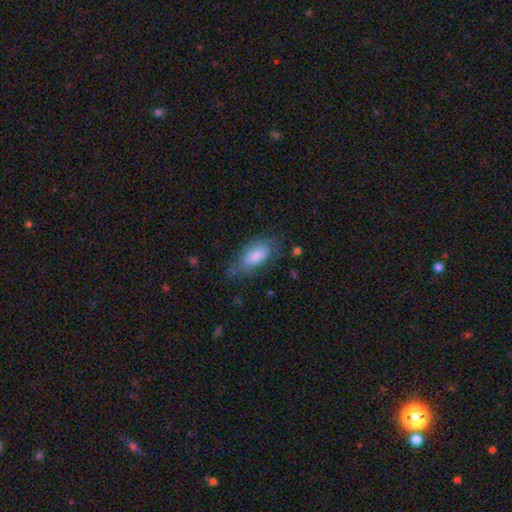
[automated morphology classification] type=smooth (75%); roundness=in between (85%); merging=none (60%).